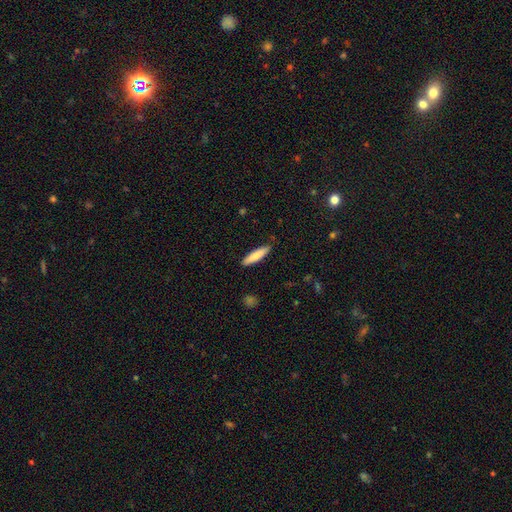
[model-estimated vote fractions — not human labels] This appears to be a smooth galaxy with no disk features (81%) that is cigar-shaped (82%). Merging: none (89%).